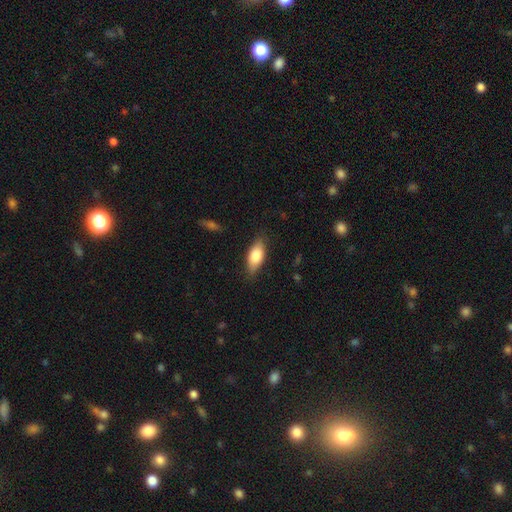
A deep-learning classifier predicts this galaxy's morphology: smooth_or_featured: smooth (p=0.77) [alt: featured or disk p=0.17]
how_rounded: in between (p=0.83) [alt: cigar-shaped p=0.14]
merging: none (p=0.81) [alt: minor disturbance p=0.15]